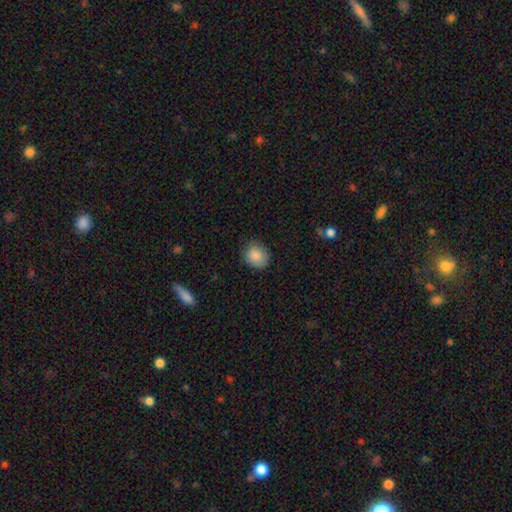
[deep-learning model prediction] Smooth or featured: smooth — 87% (star or artifact — 8%)
How rounded: round — 70% (in between — 30%)
Merging: none — 82% (minor disturbance — 15%)